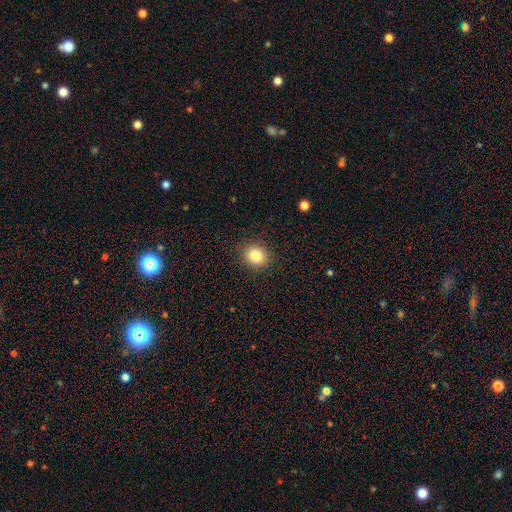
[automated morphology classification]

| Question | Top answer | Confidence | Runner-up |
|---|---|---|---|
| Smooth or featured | smooth | 82% | star or artifact (11%) |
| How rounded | round | 77% | in between (22%) |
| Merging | none | 90% | minor disturbance (7%) |